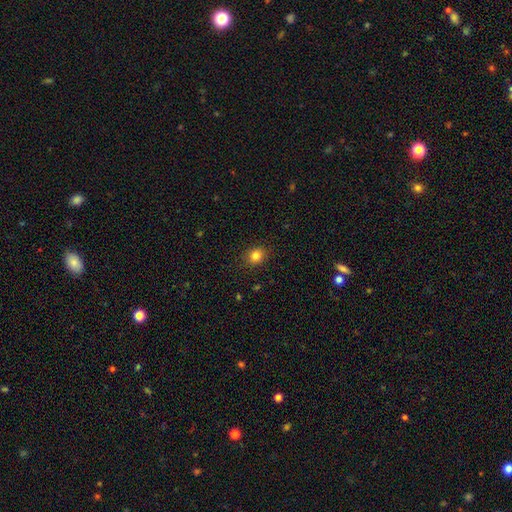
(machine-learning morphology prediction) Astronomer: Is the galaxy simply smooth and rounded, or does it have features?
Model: smooth — 83%.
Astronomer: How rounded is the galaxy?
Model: round — 69%.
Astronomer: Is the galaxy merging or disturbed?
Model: none — 89%.